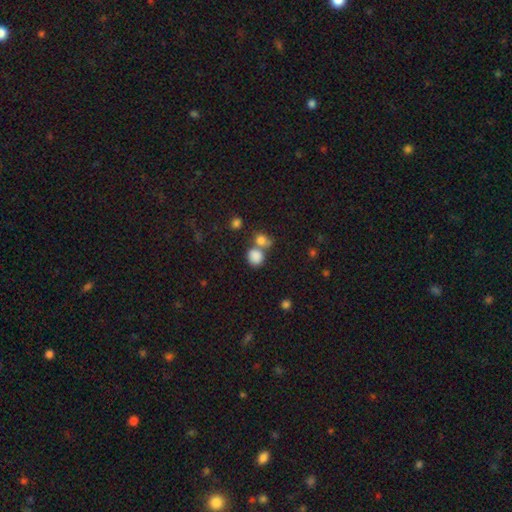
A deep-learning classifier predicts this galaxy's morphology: A smooth galaxy with no disk features (83%) that is round (71%).

Vote fractions:
- Smooth or featured? smooth: 83% / star or artifact: 11% / featured or disk: 6%
- How rounded? round: 71% / in between: 28% / cigar-shaped: 1%
- Merging? none: 45% / merger: 39% / minor disturbance: 11% / major disturbance: 5%